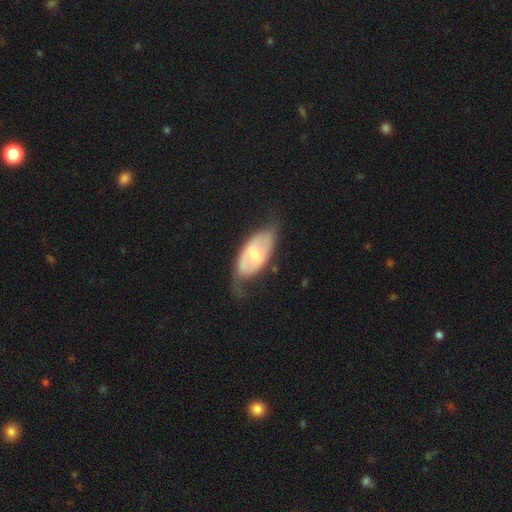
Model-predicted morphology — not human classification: This is possibly a featured or disk galaxy (53%). It is clearly not viewed edge-on (85%). Merging: possibly none (46%).